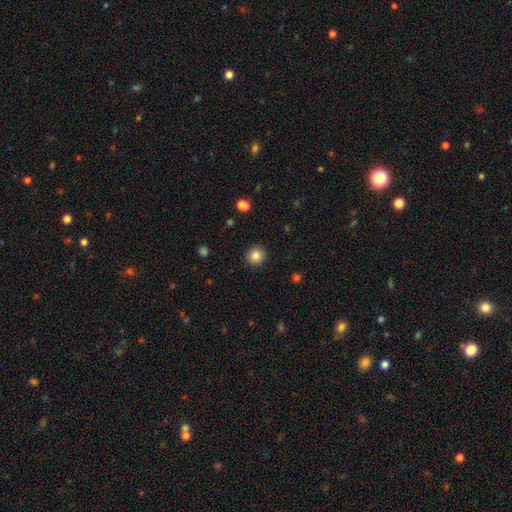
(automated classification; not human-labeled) The model was most divided on "smooth or featured": smooth: 84%, star or artifact: 10%, featured or disk: 5%. More confident: how rounded — round (94%); merging — none (92%).